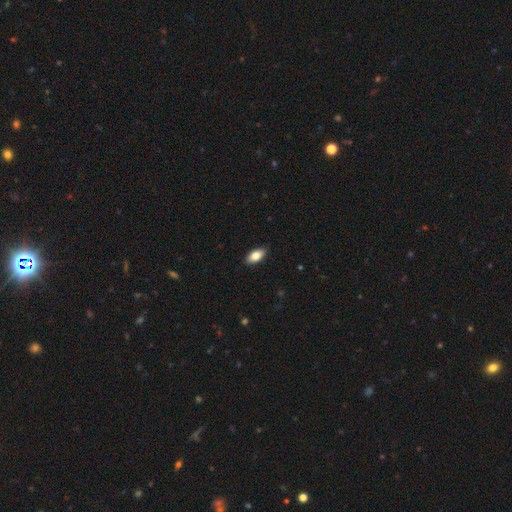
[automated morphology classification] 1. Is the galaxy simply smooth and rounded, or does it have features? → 81% smooth, 12% featured or disk, 7% star or artifact.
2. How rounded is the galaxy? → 92% in between, 5% cigar-shaped, 3% round.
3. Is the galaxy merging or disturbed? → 89% none, 8% minor disturbance, 2% major disturbance, 1% merger.